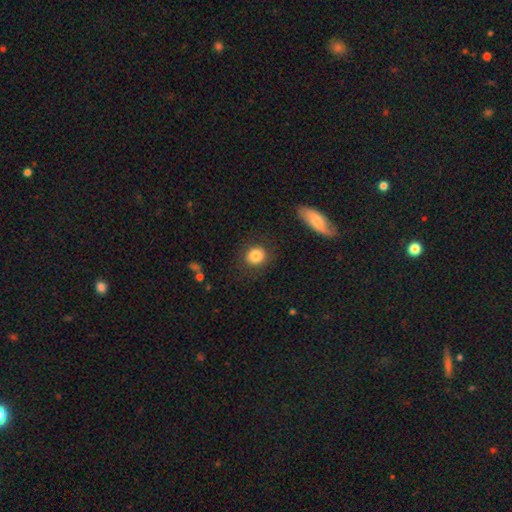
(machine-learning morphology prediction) Overall: smooth (83%). How rounded: round (84%). Merging: none (86%).